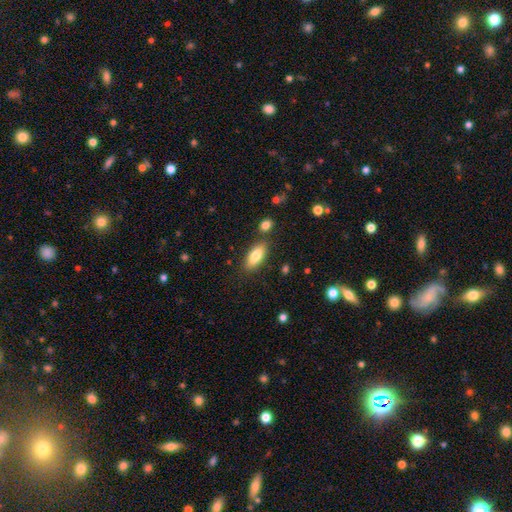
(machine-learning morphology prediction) smooth-or-featured: smooth: 80% | featured or disk: 14% | star or artifact: 7%
  how-rounded: in between: 79% | cigar-shaped: 18% | round: 2%
  merging: none: 80% | minor disturbance: 11% | merger: 6% | major disturbance: 3%